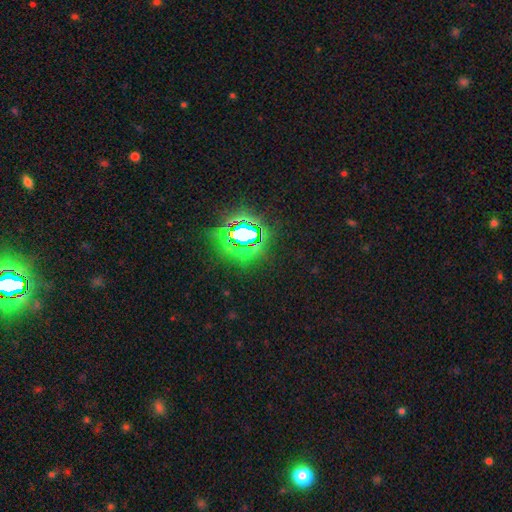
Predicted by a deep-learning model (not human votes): A star or artifact, not a galaxy (84%).

Vote fractions:
- Smooth or featured? star or artifact: 84% / smooth: 10% / featured or disk: 6%